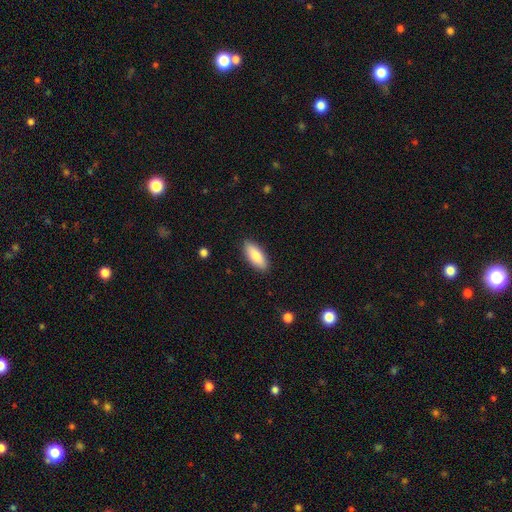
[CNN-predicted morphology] The model was most divided on "how rounded": in between: 78%, cigar-shaped: 20%, round: 2%. More confident: merging — none (88%); smooth or featured — smooth (81%).